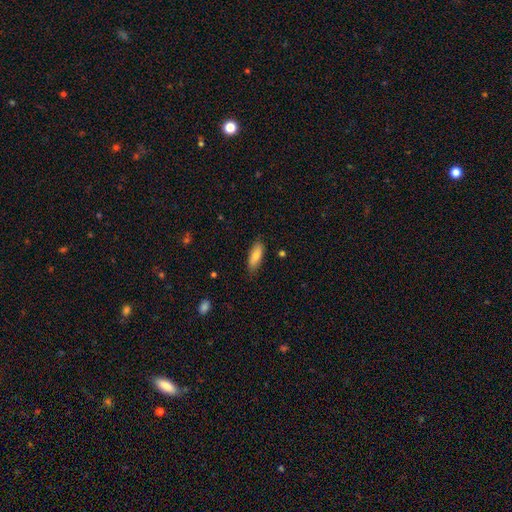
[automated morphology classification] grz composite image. It shows a smooth galaxy with no disk features (81%) that is in between round and cigar-shaped (68%). Merging: none (81%).